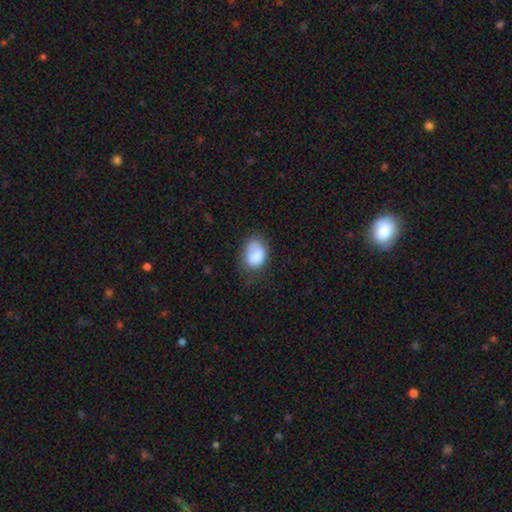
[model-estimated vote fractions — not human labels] Smooth or featured? smooth (80%)
How rounded? in between (74%)
Merging? none (50%)